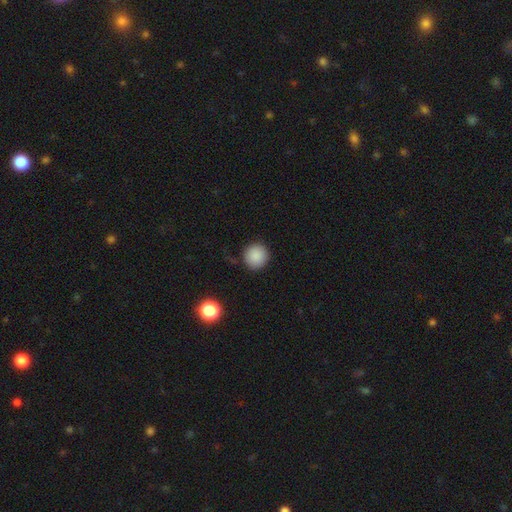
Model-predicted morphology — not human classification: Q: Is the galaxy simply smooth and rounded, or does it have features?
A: smooth — 88%.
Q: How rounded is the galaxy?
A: round — 94%.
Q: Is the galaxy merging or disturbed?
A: none — 90%.